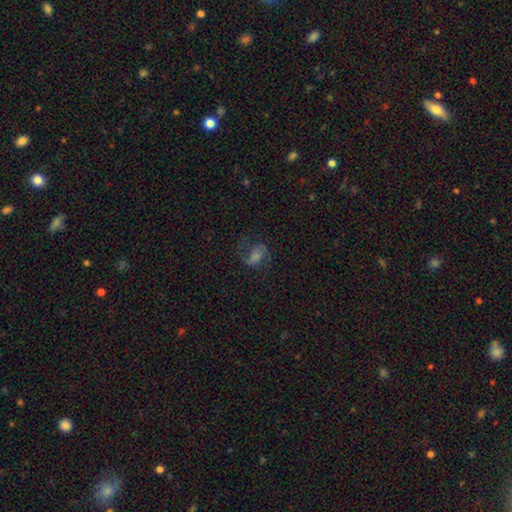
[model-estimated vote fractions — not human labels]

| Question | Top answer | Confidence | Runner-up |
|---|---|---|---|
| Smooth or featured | featured or disk | 53% | smooth (30%) |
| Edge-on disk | no | 96% | yes (4%) |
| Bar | weak | 42% | no (35%) |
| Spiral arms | yes | 88% | no (12%) |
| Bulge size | moderate | 31% | small (28%) |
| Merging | none | 65% | minor disturbance (17%) |